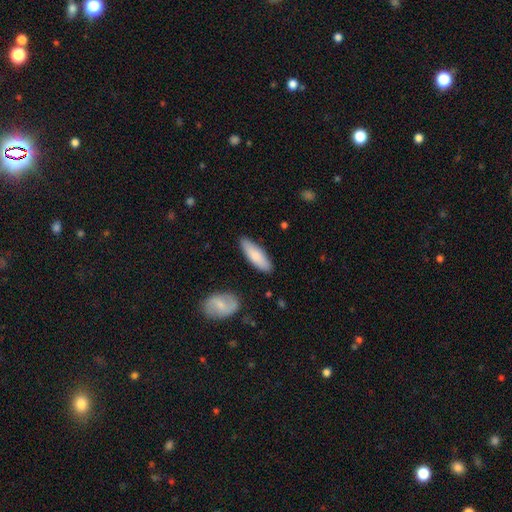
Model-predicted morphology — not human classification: Q: Smooth or featured?
A: smooth (77%); runner-up: featured or disk (17%)
Q: How rounded?
A: in between (51%); runner-up: cigar-shaped (47%)
Q: Merging?
A: none (85%); runner-up: minor disturbance (11%)